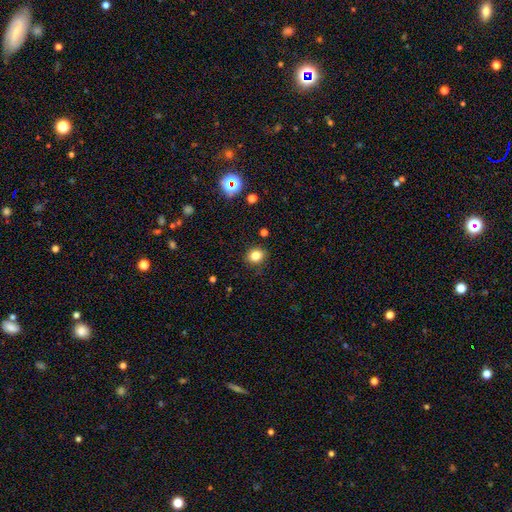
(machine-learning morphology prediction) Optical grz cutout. It shows a smooth galaxy with no disk features (81%) that is round (67%). Merging: none (87%).